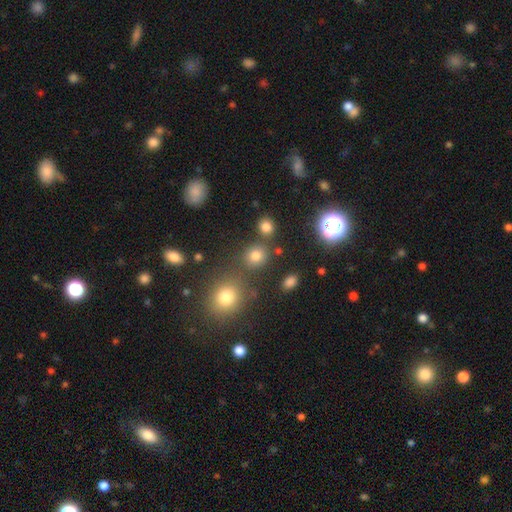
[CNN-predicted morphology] Smooth or featured? smooth (76%)
How rounded? round (83%)
Merging? none (75%)